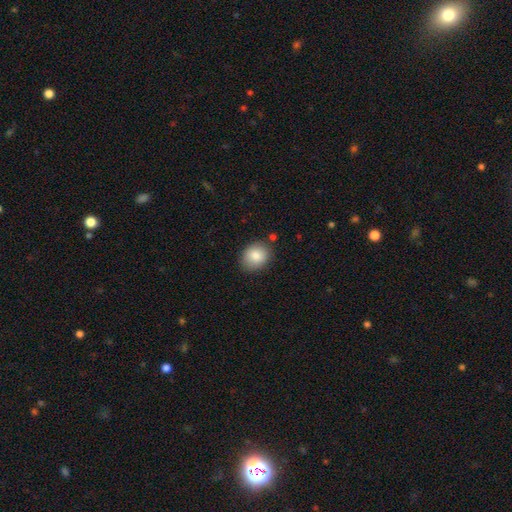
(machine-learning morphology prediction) A smooth galaxy with no disk features (85%) that is round (51%).

Vote fractions:
- Smooth or featured? smooth: 85% / star or artifact: 8% / featured or disk: 7%
- How rounded? round: 51% / in between: 48% / cigar-shaped: 1%
- Merging? none: 81% / minor disturbance: 13% / major disturbance: 3% / merger: 3%